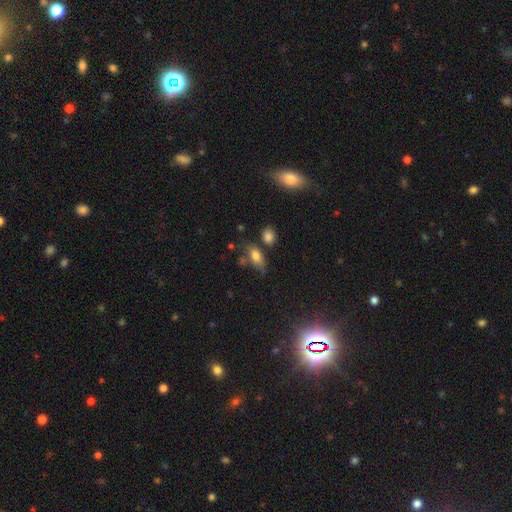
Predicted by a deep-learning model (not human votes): smooth_or_featured: smooth (p=0.79) [alt: featured or disk p=0.12]
how_rounded: in between (p=0.86) [alt: round p=0.08]
merging: none (p=0.54) [alt: minor disturbance p=0.25]